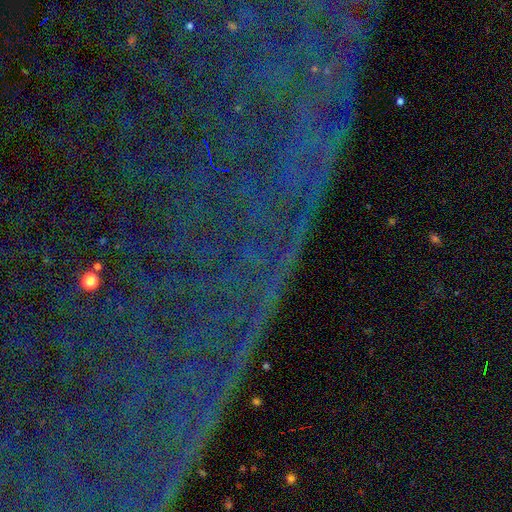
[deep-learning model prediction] The model was most divided on "smooth or featured": star or artifact: 84%, featured or disk: 8%, smooth: 7%.